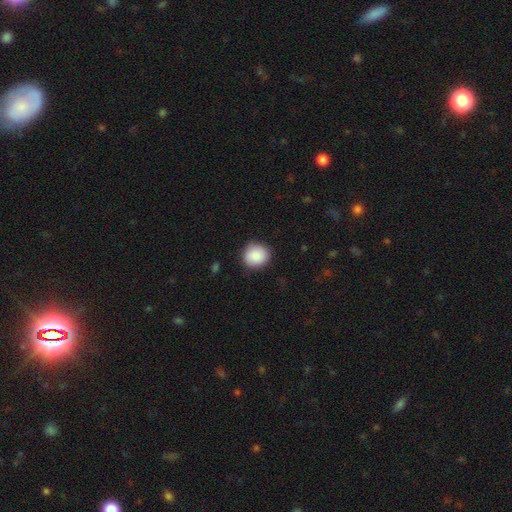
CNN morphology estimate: A smooth galaxy with no disk features (89%) that is round (84%). Merging: none (88%).